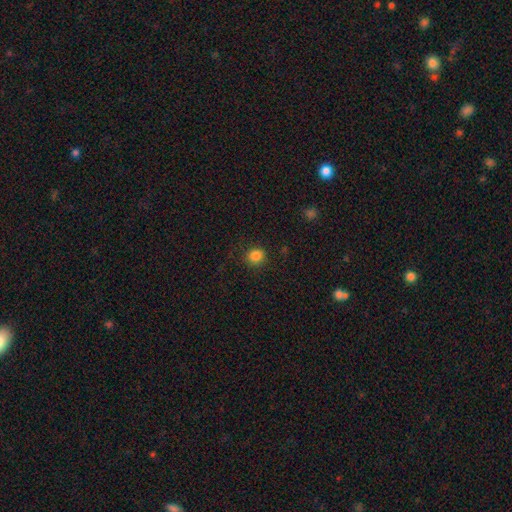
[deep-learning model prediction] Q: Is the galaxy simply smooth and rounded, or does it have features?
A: smooth — 84%.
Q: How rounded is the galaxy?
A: round — 87%.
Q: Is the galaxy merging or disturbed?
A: none — 88%.